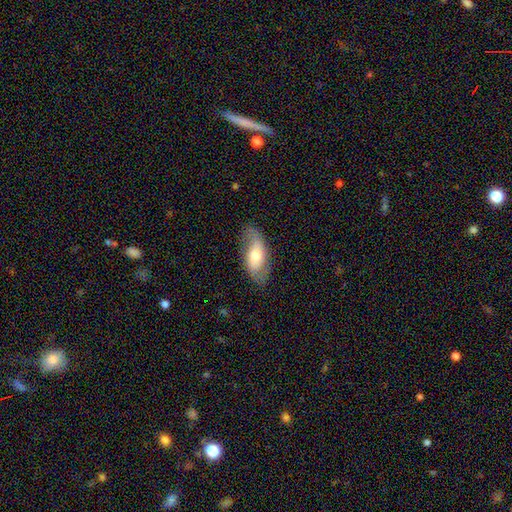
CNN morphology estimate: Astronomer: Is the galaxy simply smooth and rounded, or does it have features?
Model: featured or disk — 48% (runner-up: smooth, 45%).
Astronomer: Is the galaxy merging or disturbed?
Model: none — 74%.